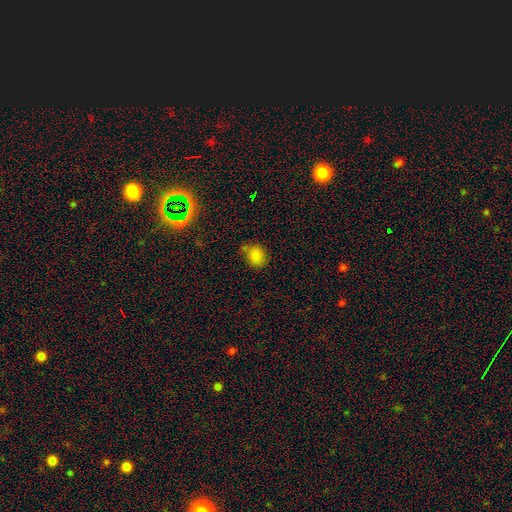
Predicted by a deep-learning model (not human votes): smooth-or-featured: smooth: 81% | star or artifact: 14% | featured or disk: 5%
  how-rounded: round: 60% | in between: 38% | cigar-shaped: 1%
  merging: none: 64% | minor disturbance: 21% | merger: 9% | major disturbance: 5%